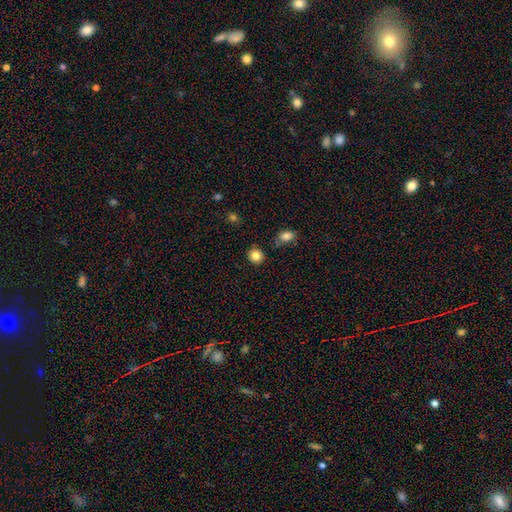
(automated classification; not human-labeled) Smooth or featured?
  - smooth: 84% *
  - star or artifact: 10%
  - featured or disk: 6%
How rounded?
  - round: 84% *
  - in between: 15%
  - cigar-shaped: 1%
Merging?
  - none: 85% *
  - minor disturbance: 10%
  - merger: 3%
  - major disturbance: 2%